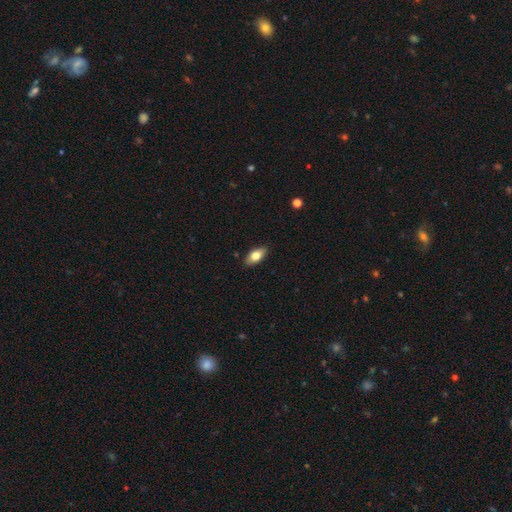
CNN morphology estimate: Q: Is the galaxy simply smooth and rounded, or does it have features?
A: smooth — 76%.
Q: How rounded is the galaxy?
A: in between — 88%.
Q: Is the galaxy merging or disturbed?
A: none — 88%.